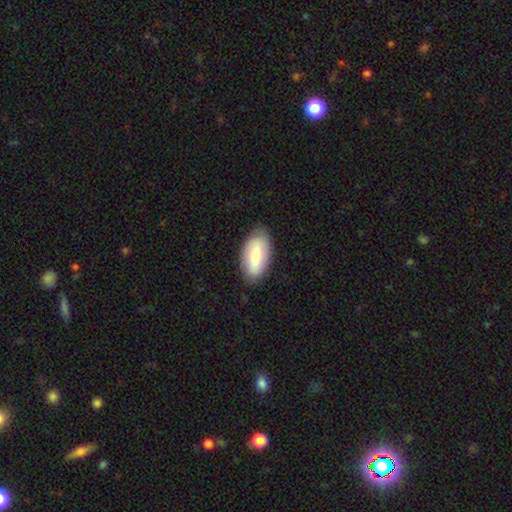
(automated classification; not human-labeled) Smooth or featured? Predicted: smooth (p=0.72). How rounded? Predicted: in between (p=0.93). Merging? Predicted: none (p=0.83).